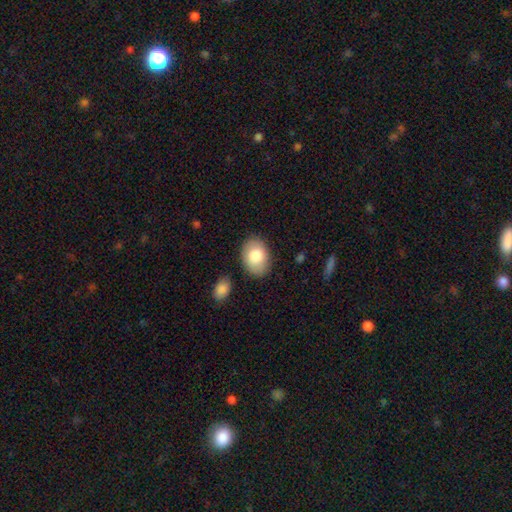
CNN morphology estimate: smooth 82%, featured or disk 12%, star or artifact 6%. Down the decision tree: how rounded — in between (79%); merging — none (83%).